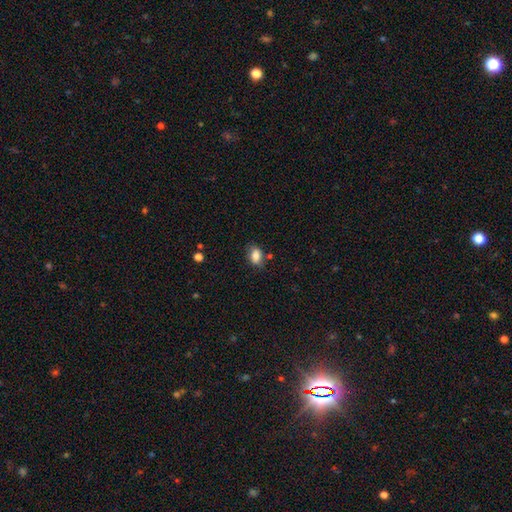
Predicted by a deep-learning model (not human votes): smooth 82%, star or artifact 9%, featured or disk 9%. Down the decision tree: how rounded — in between (82%); merging — none (73%).